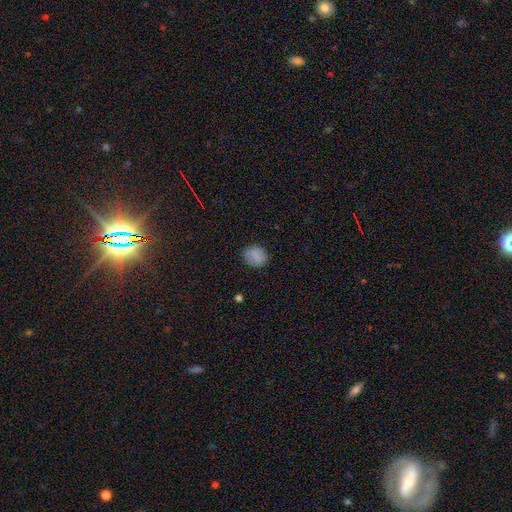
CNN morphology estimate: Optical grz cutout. It shows a smooth galaxy with no disk features (83%) that is round (70%). Merging: none (85%).